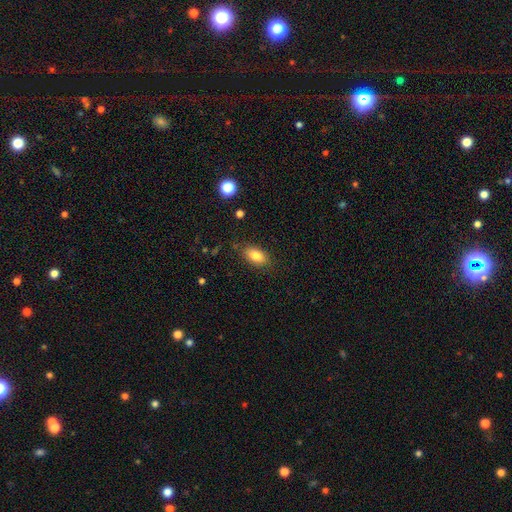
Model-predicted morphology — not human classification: The model was most divided on "merging": none: 82%, minor disturbance: 13%, major disturbance: 3%, merger: 2%. More confident: how rounded — in between (89%); smooth or featured — smooth (82%).